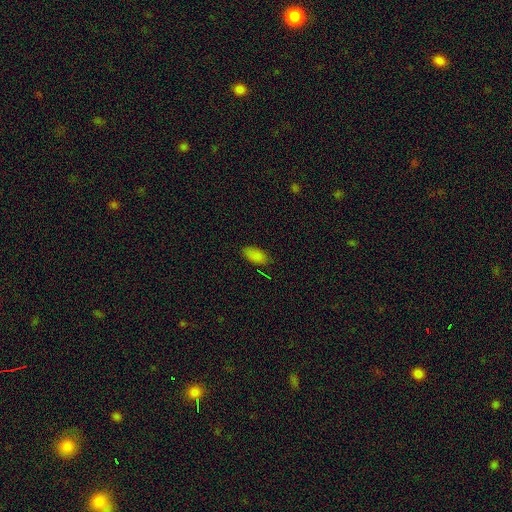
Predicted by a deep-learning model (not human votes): Q: Smooth or featured?
A: smooth (84%); runner-up: star or artifact (11%)
Q: How rounded?
A: in between (92%); runner-up: cigar-shaped (6%)
Q: Merging?
A: none (82%); runner-up: minor disturbance (14%)